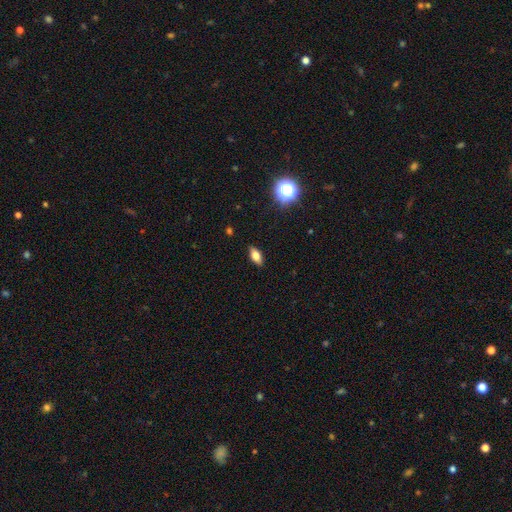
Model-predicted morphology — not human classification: Q: Smooth or featured?
A: smooth (67%); runner-up: featured or disk (22%)
Q: How rounded?
A: in between (81%); runner-up: cigar-shaped (14%)
Q: Merging?
A: none (88%); runner-up: minor disturbance (9%)